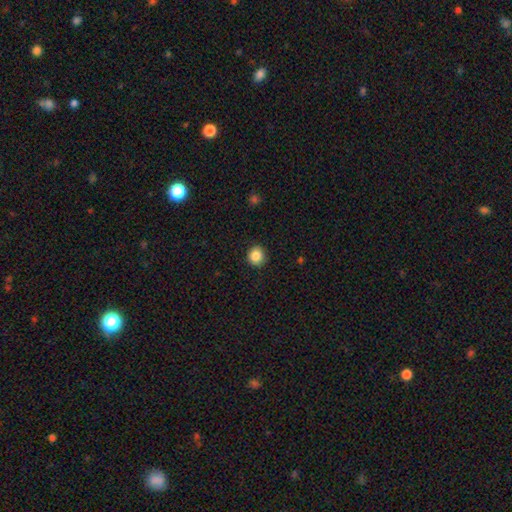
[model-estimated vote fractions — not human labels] A smooth galaxy with no disk features (86%) that is round (90%). Merging: none (91%).